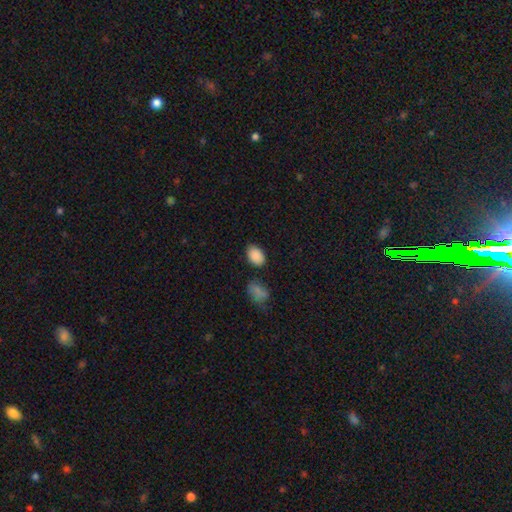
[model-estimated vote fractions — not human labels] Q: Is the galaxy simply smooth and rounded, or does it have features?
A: smooth — 89%.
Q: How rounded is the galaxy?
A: in between — 86%.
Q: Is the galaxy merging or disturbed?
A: none — 79%.